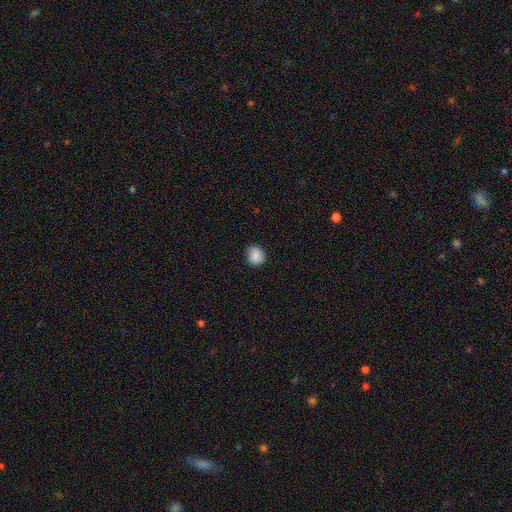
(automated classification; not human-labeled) This appears to be a smooth galaxy with no disk features (85%) that is round (78%). Merging: none (83%).